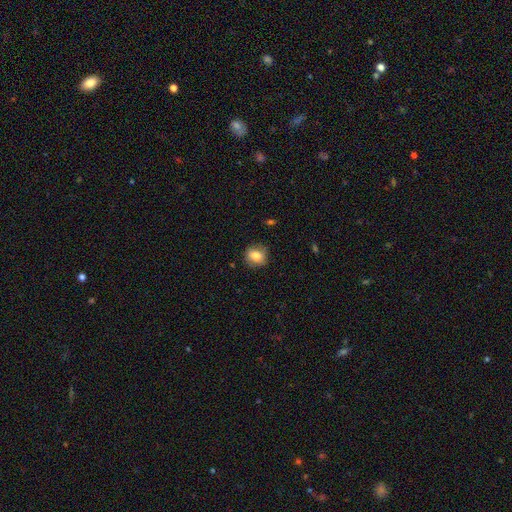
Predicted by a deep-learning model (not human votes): smooth-or-featured: smooth: 81% | featured or disk: 10% | star or artifact: 9%
  how-rounded: round: 71% | in between: 28% | cigar-shaped: 1%
  merging: none: 83% | minor disturbance: 13% | major disturbance: 3% | merger: 1%